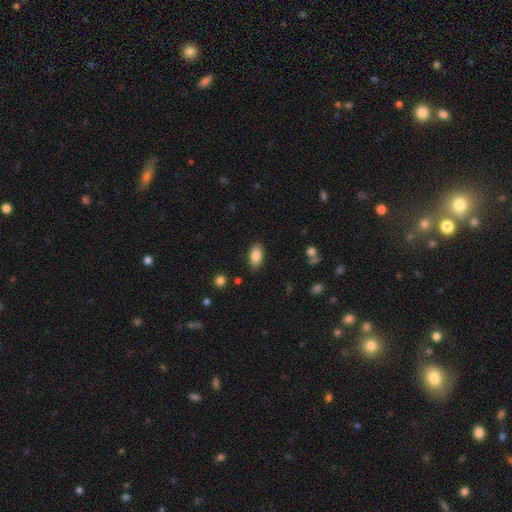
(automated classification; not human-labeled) Smooth or featured? Predicted: smooth (p=0.85). How rounded? Predicted: in between (p=0.92). Merging? Predicted: none (p=0.85).